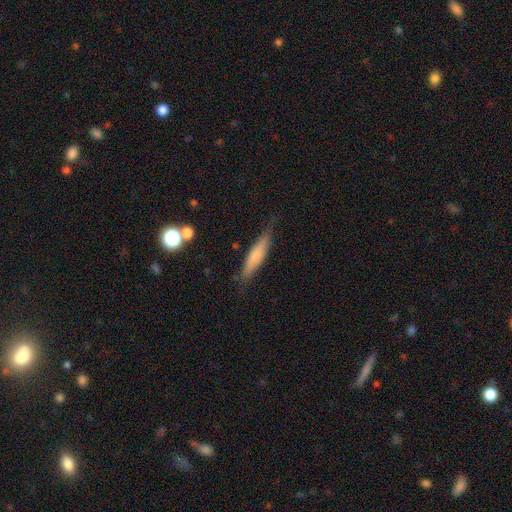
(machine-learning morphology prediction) This is likely a smooth galaxy (67%). How rounded: clearly cigar-shaped (81%). Merging: likely none (78%).